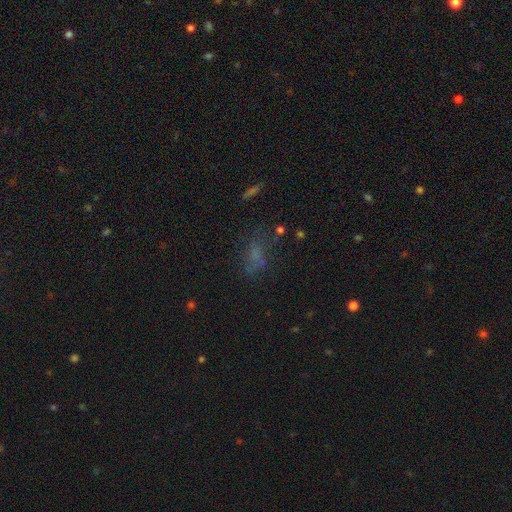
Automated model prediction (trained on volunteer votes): A smooth galaxy with no disk features (50%) that is in between round and cigar-shaped (73%). Merging: none (53%).